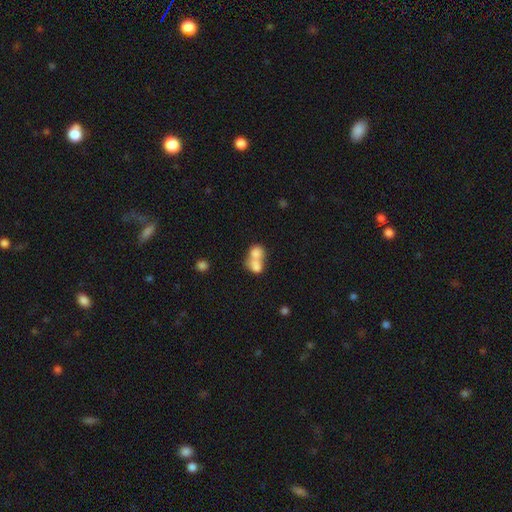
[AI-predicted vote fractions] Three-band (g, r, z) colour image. It shows a smooth galaxy with no disk features (72%) that is round (50%). Merging: merger (75%).